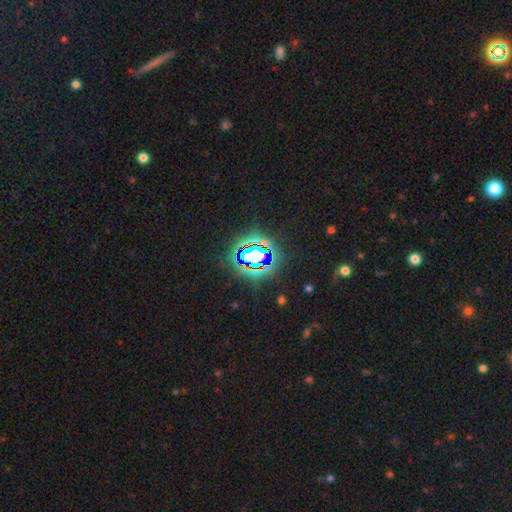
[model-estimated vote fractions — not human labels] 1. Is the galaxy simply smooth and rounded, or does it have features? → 74% star or artifact, 15% smooth, 11% featured or disk.